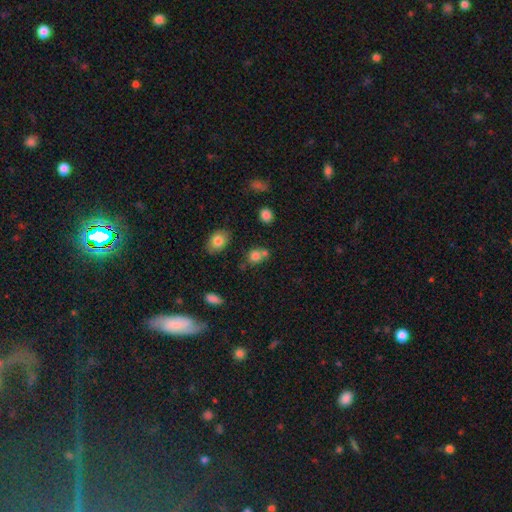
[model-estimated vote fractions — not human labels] Q: Smooth or featured?
A: smooth (78%); runner-up: star or artifact (13%)
Q: How rounded?
A: round (70%); runner-up: in between (29%)
Q: Merging?
A: none (48%); runner-up: merger (37%)